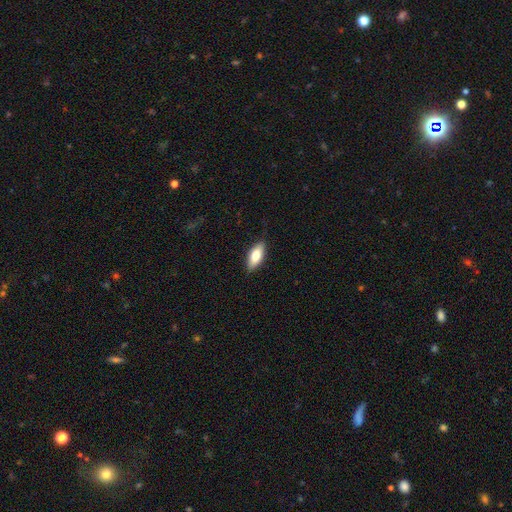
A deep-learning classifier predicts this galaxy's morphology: smooth_or_featured: smooth (p=0.75) [alt: featured or disk p=0.19]
how_rounded: in between (p=0.82) [alt: cigar-shaped p=0.15]
merging: none (p=0.86) [alt: minor disturbance p=0.11]